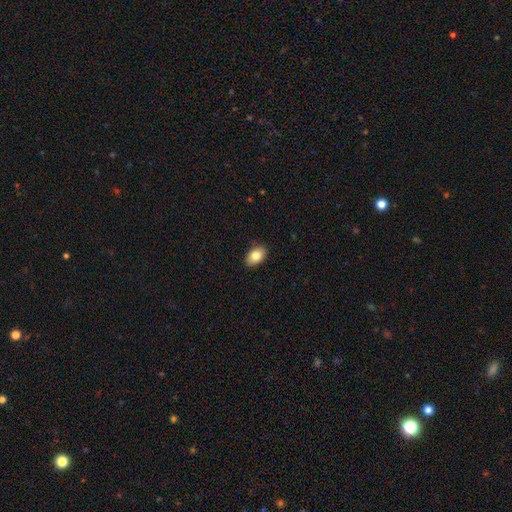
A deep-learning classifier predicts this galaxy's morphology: This appears to be a smooth galaxy with no disk features (83%) that is in between round and cigar-shaped (88%). Merging: none (88%).